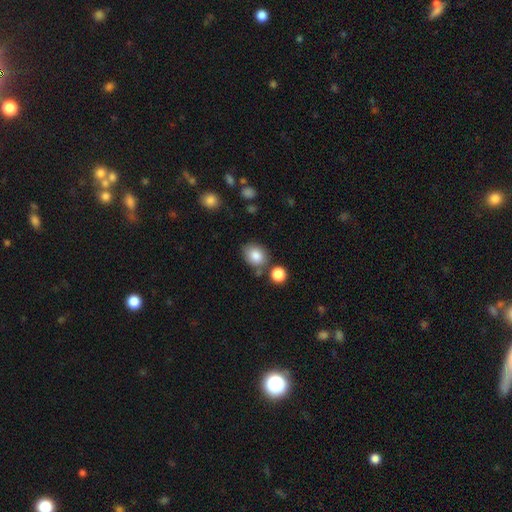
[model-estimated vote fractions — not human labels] This appears to be a smooth galaxy with no disk features (84%) that is round (50%). Merging: none (68%).